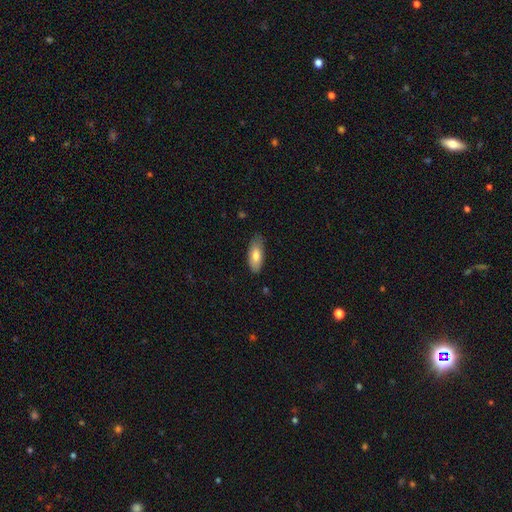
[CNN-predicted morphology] This appears to be a smooth galaxy with no disk features (80%) that is in between round and cigar-shaped (83%). Merging: none (75%).